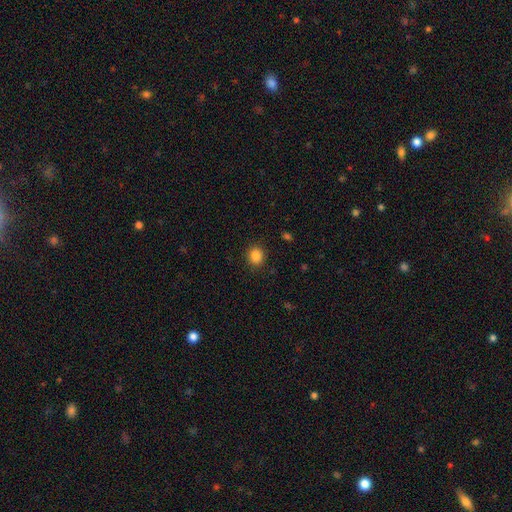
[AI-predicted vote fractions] This appears to be a smooth galaxy with no disk features (86%) that is round (80%). Merging: none (90%).